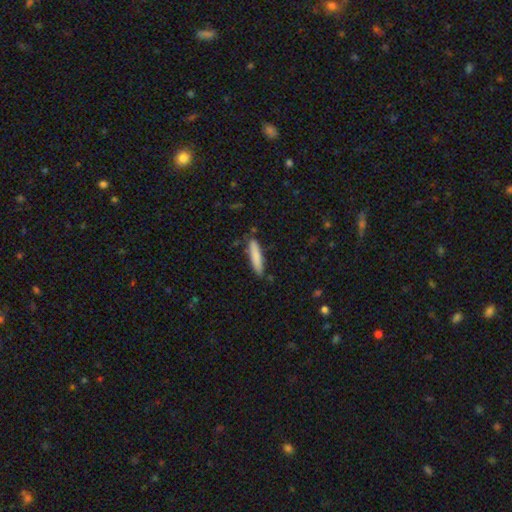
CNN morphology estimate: This appears to be a smooth galaxy with no disk features (82%) that is cigar-shaped (85%). Merging: none (81%).